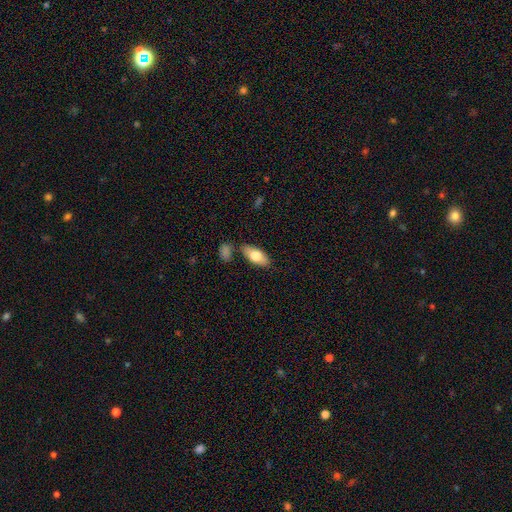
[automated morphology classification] Smooth or featured: smooth — 75% (featured or disk — 19%)
How rounded: in between — 88% (cigar-shaped — 10%)
Merging: none — 78% (minor disturbance — 13%)